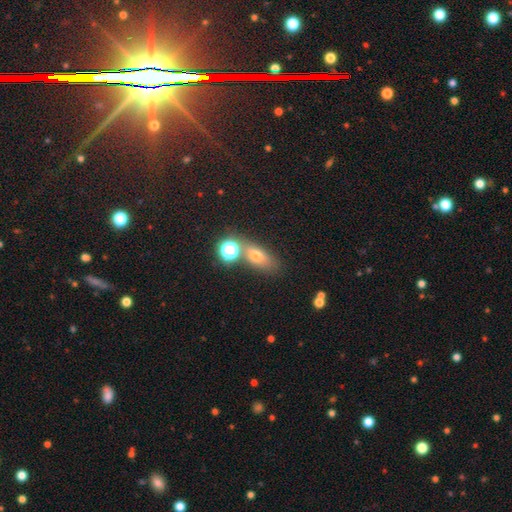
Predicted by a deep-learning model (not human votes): Overall: smooth (64%). How rounded: in between (67%). Merging: none (58%; merger 22%).